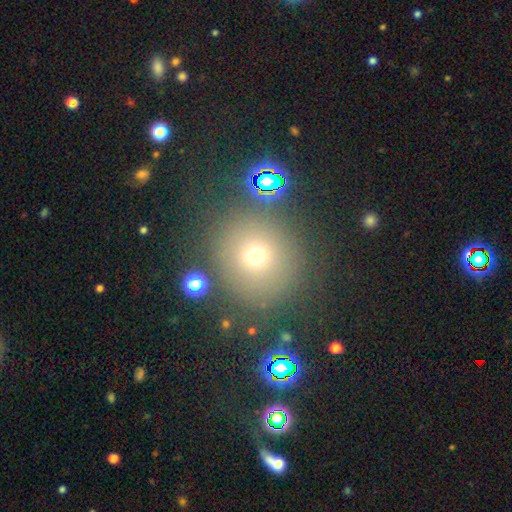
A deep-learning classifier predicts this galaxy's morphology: Q: Smooth or featured?
A: smooth (61%); runner-up: star or artifact (27%)
Q: How rounded?
A: round (92%); runner-up: in between (7%)
Q: Merging?
A: none (83%); runner-up: minor disturbance (8%)